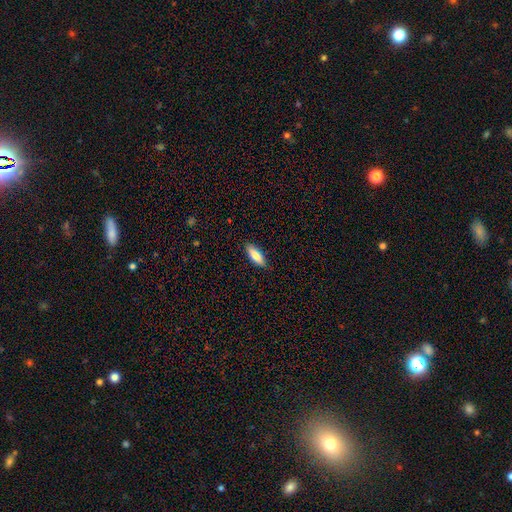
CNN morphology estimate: Smooth or featured? smooth (80%)
How rounded? in between (67%)
Merging? none (87%)